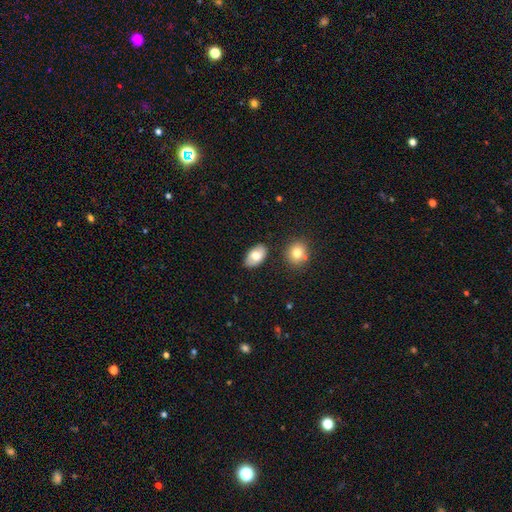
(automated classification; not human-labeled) Overall: smooth (73%). How rounded: in between (93%). Merging: none (82%).